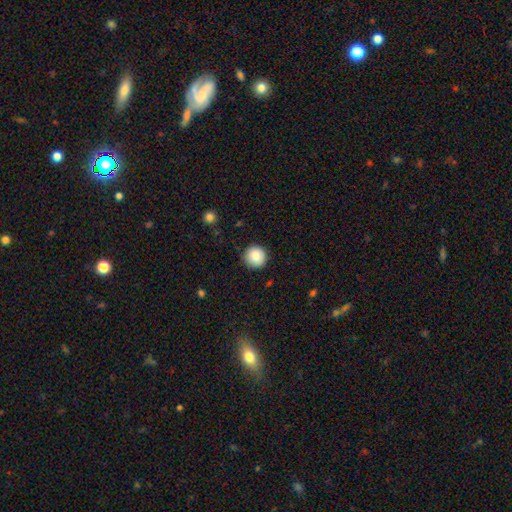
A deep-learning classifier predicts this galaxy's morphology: This is clearly a smooth galaxy (85%). How rounded: clearly round (95%). Merging: clearly none (89%).